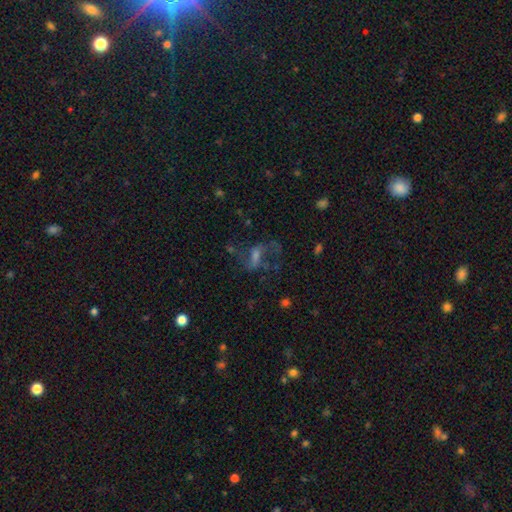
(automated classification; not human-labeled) Smooth or featured: featured or disk — 60% (smooth — 21%)
Edge-on disk: no — 92% (yes — 8%)
Bar: weak — 45% (strong — 29%)
Spiral arms: yes — 77% (no — 23%)
Bulge size: small — 32% (moderate — 31%)
Merging: none — 54% (major disturbance — 27%)